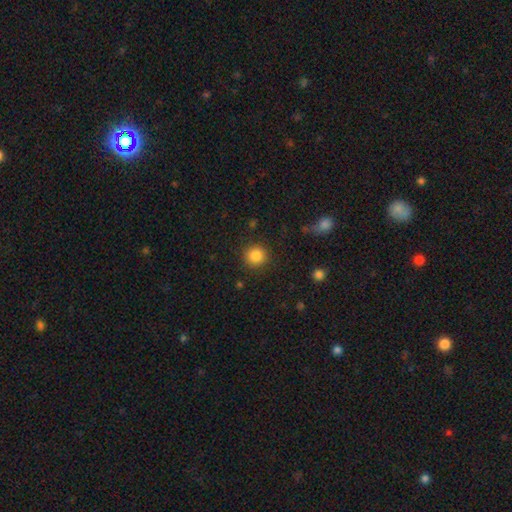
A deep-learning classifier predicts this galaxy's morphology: smooth_or_featured: smooth (p=0.85) [alt: star or artifact p=0.10]
how_rounded: round (p=0.92) [alt: in between p=0.07]
merging: none (p=0.88) [alt: minor disturbance p=0.07]